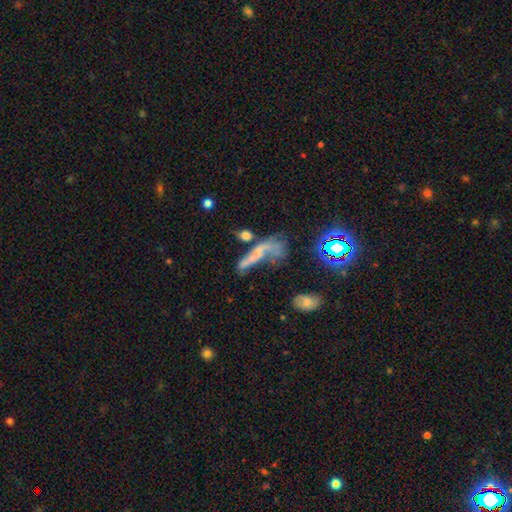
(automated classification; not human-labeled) Smooth or featured?
  - featured or disk: 42% *
  - smooth: 35%
  - star or artifact: 23%
Merging?
  - major disturbance: 36% *
  - merger: 30%
  - none: 21%
  - minor disturbance: 13%